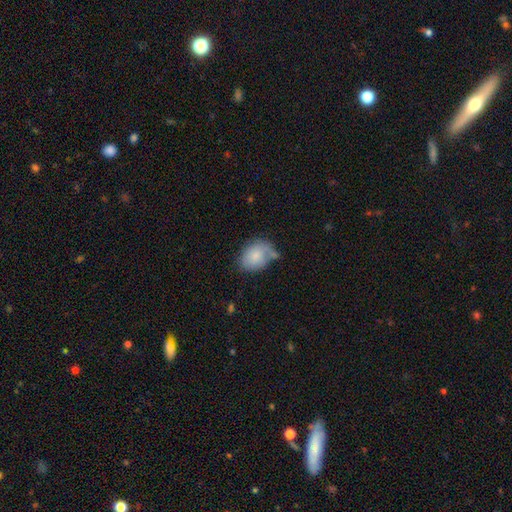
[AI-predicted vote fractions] Smooth or featured: smooth — 78% (featured or disk — 15%)
How rounded: in between — 70% (round — 29%)
Merging: none — 49% (minor disturbance — 29%)